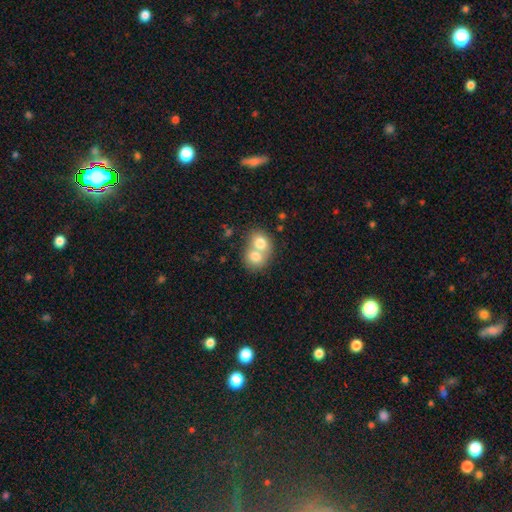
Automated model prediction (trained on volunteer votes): A smooth galaxy with no disk features (71%) that is round (63%).

Vote fractions:
- Smooth or featured? smooth: 71% / featured or disk: 19% / star or artifact: 10%
- How rounded? round: 63% / in between: 36% / cigar-shaped: 1%
- Merging? merger: 71% / none: 22% / minor disturbance: 5% / major disturbance: 2%